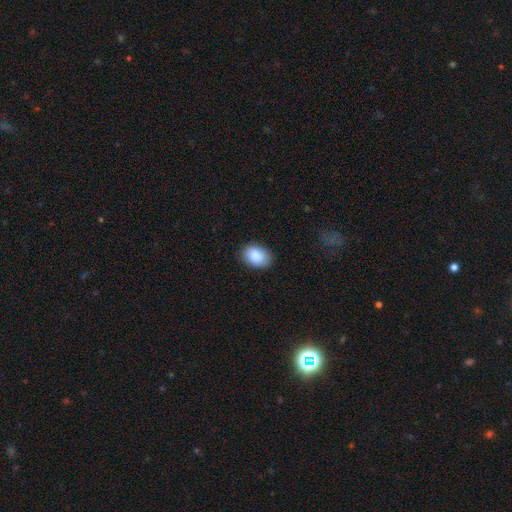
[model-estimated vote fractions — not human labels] A smooth galaxy with no disk features (89%) that is in between round and cigar-shaped (81%).

Vote fractions:
- Smooth or featured? smooth: 89% / star or artifact: 7% / featured or disk: 4%
- How rounded? in between: 81% / round: 18% / cigar-shaped: 1%
- Merging? none: 85% / minor disturbance: 11% / major disturbance: 3% / merger: 1%